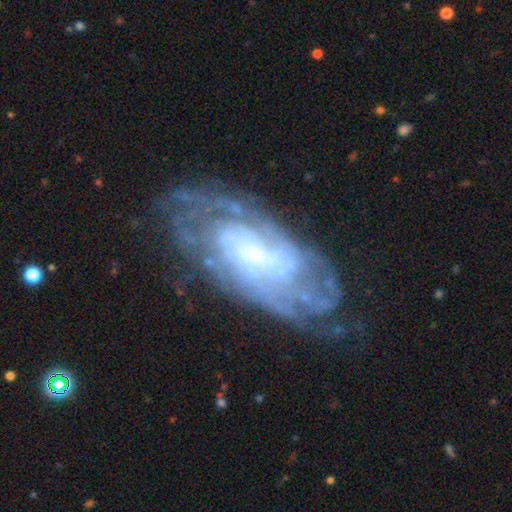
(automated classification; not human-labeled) Q: Smooth or featured?
A: featured or disk (80%); runner-up: smooth (13%)
Q: Edge-on disk?
A: no (92%); runner-up: yes (8%)
Q: Bar?
A: no (62%); runner-up: weak (28%)
Q: Spiral arms?
A: yes (86%); runner-up: no (14%)
Q: Spiral winding?
A: tight (63%); runner-up: medium (28%)
Q: Spiral arm count?
A: can't tell (55%); runner-up: 2 (15%)
Q: Bulge size?
A: small (45%); runner-up: moderate (26%)
Q: Merging?
A: none (64%); runner-up: minor disturbance (20%)